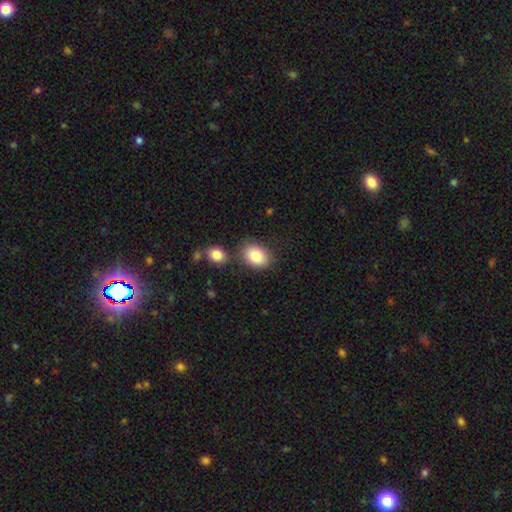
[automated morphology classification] Overall: smooth (84%). How rounded: in between (72%). Merging: none (72%).